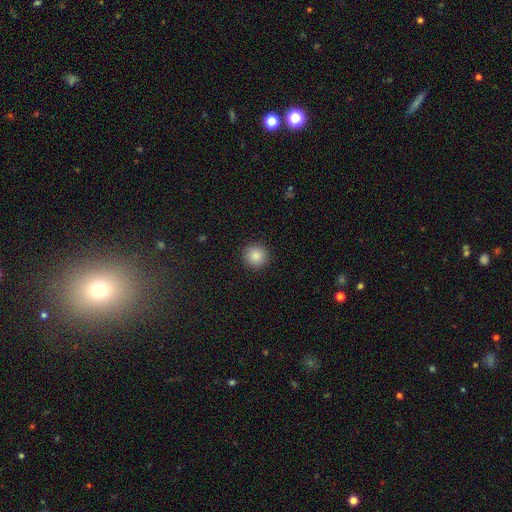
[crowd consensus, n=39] This appears to be a smooth galaxy with no disk features (92%) that is round (94%). Merging: none (86%).